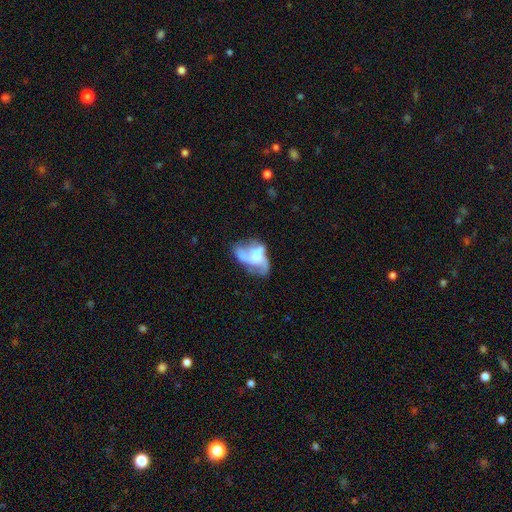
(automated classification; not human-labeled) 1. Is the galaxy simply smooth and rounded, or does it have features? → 63% featured or disk, 28% smooth, 9% star or artifact.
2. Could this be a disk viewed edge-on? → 97% no, 3% yes.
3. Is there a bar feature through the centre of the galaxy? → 61% no, 29% weak, 10% strong.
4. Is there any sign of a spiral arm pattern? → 68% yes, 32% no.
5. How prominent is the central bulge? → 36% none, 26% moderate, 20% small, 15% large, 3% dominant.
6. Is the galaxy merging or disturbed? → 36% major disturbance, 33% none, 20% minor disturbance, 11% merger.